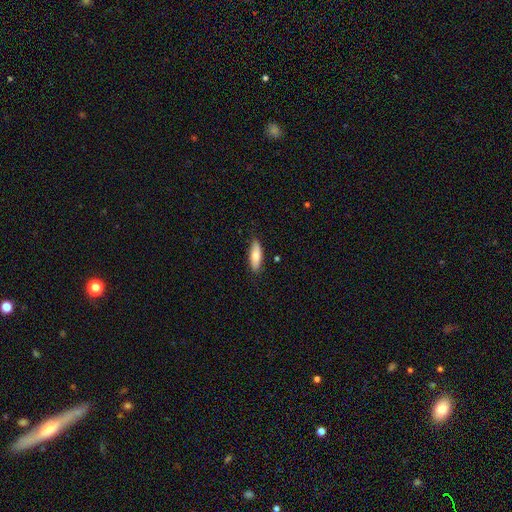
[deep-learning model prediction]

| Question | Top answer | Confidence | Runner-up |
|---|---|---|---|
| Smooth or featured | smooth | 77% | featured or disk (18%) |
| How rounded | in between | 64% | cigar-shaped (34%) |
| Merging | none | 83% | minor disturbance (14%) |